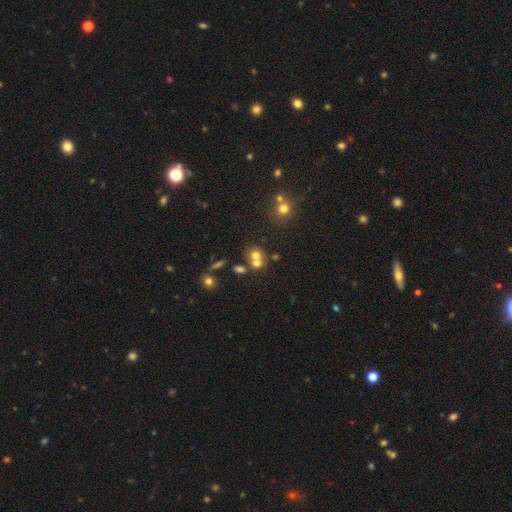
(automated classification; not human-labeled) smooth_or_featured: smooth (p=0.63) [alt: featured or disk p=0.18]
how_rounded: round (p=0.72) [alt: in between p=0.26]
merging: merger (p=0.51) [alt: none p=0.37]